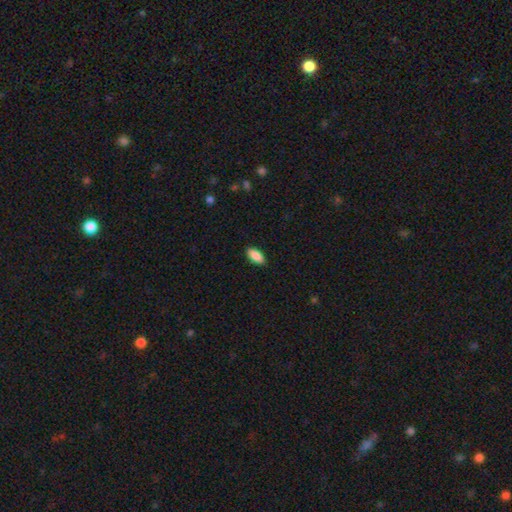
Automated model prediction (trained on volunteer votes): Smooth or featured?
  - smooth: 89% *
  - star or artifact: 6%
  - featured or disk: 5%
How rounded?
  - in between: 88% *
  - cigar-shaped: 10%
  - round: 2%
Merging?
  - none: 88% *
  - minor disturbance: 9%
  - major disturbance: 2%
  - merger: 1%